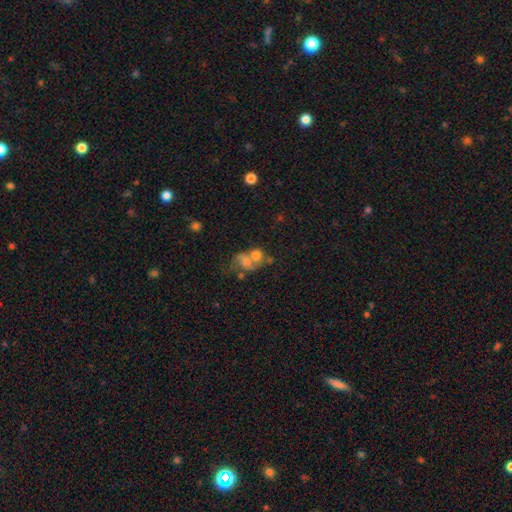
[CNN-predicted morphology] A smooth galaxy with no disk features (61%) that is round (52%).

Vote fractions:
- Smooth or featured? smooth: 61% / featured or disk: 26% / star or artifact: 13%
- How rounded? round: 52% / in between: 46% / cigar-shaped: 1%
- Merging? merger: 60% / none: 20% / major disturbance: 11% / minor disturbance: 9%